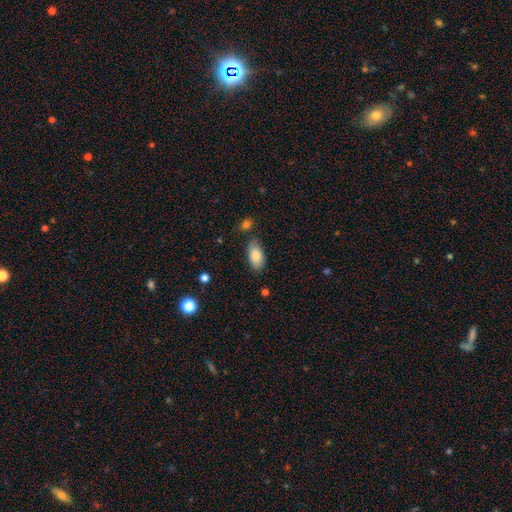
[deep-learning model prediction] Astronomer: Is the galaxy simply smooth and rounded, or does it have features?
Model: smooth — 83%.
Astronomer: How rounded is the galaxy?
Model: in between — 94%.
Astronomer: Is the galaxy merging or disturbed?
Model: none — 74%.